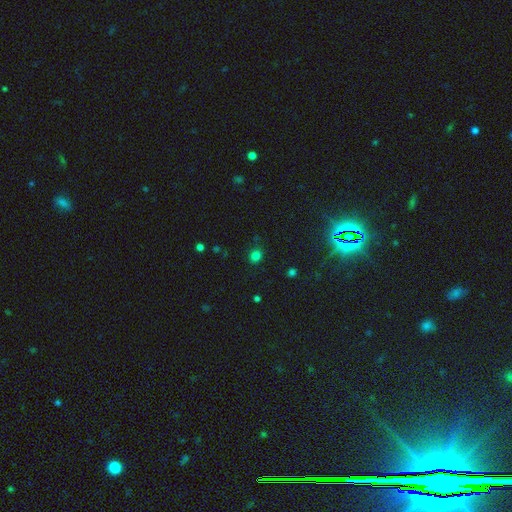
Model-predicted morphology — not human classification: Smooth or featured? Predicted: smooth (p=0.75). How rounded? Predicted: round (p=0.75). Merging? Predicted: none (p=0.85).